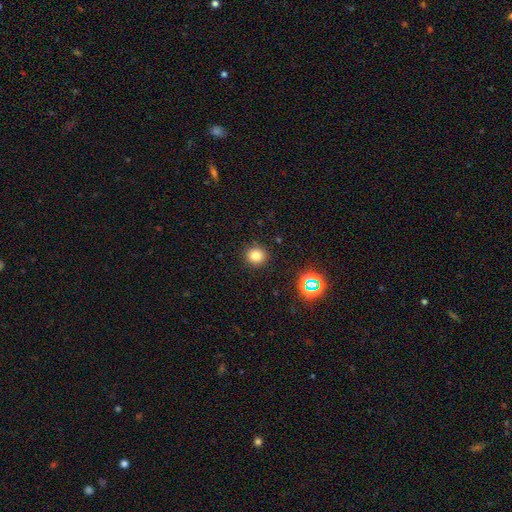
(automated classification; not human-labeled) A smooth galaxy with no disk features (78%) that is round (89%). Merging: none (91%).